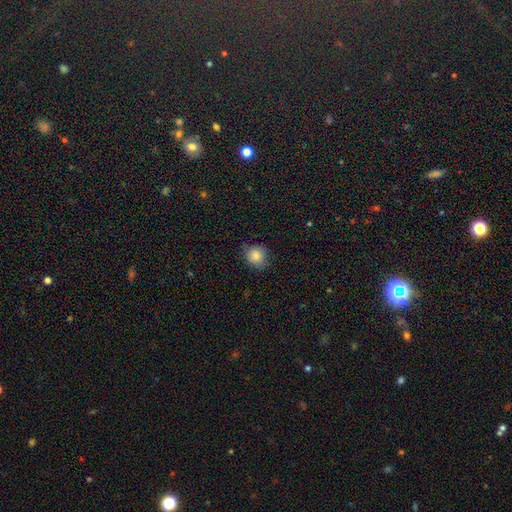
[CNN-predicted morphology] Smooth or featured? Predicted: smooth (p=0.84). How rounded? Predicted: round (p=0.82). Merging? Predicted: none (p=0.74).